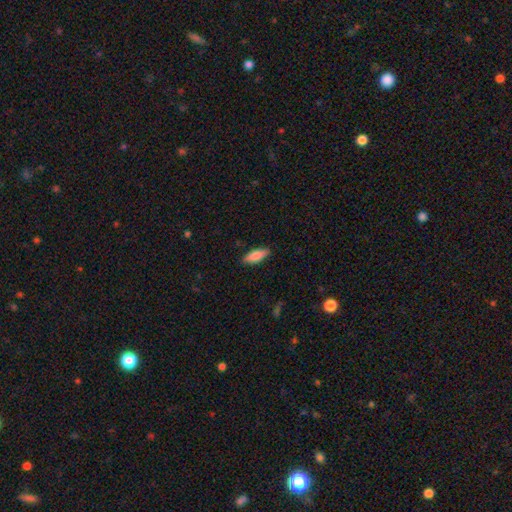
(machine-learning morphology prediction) Smooth or featured? Predicted: smooth (p=0.83). How rounded? Predicted: in between (p=0.66). Merging? Predicted: none (p=0.87).